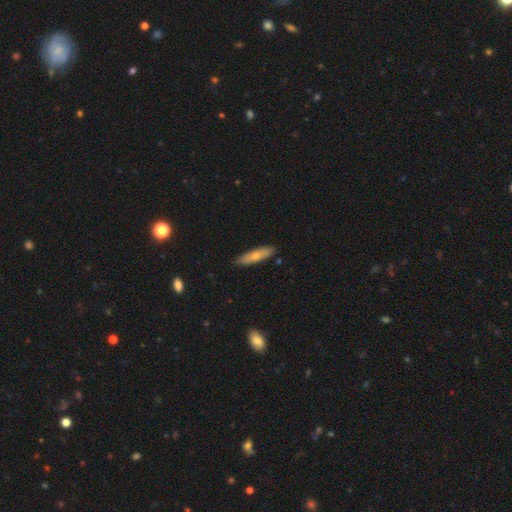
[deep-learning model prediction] Smooth or featured?
  - smooth: 65% *
  - featured or disk: 30%
  - star or artifact: 6%
How rounded?
  - cigar-shaped: 64% *
  - in between: 34%
  - round: 2%
Merging?
  - none: 85% *
  - minor disturbance: 12%
  - major disturbance: 2%
  - merger: 1%